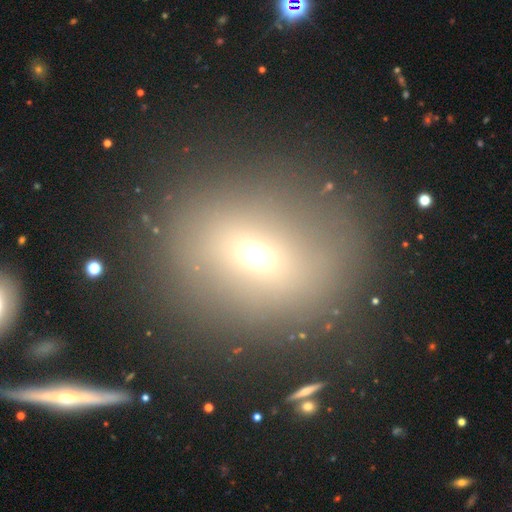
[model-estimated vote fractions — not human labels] The model was most divided on "how rounded": in between: 53%, round: 44%, cigar-shaped: 3%. More confident: merging — none (75%); smooth or featured — smooth (62%).